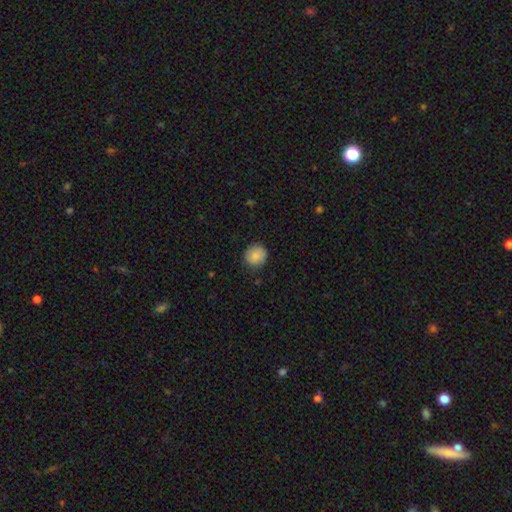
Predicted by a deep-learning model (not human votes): This is clearly a smooth galaxy (87%). How rounded: clearly round (88%). Merging: clearly none (84%).